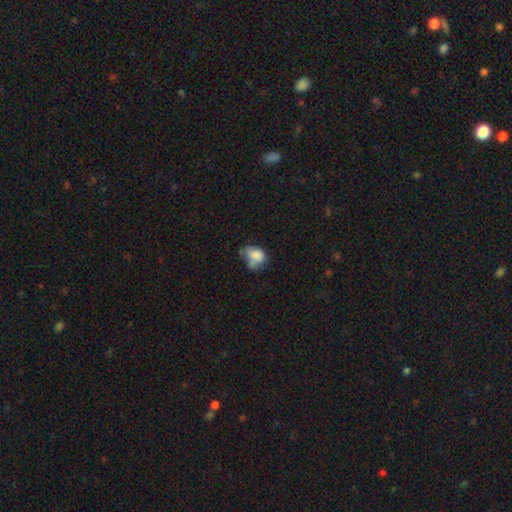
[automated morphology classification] Overall: smooth (76%). How rounded: in between (67%; round 32%). Merging: minor disturbance (34%; none 33%).